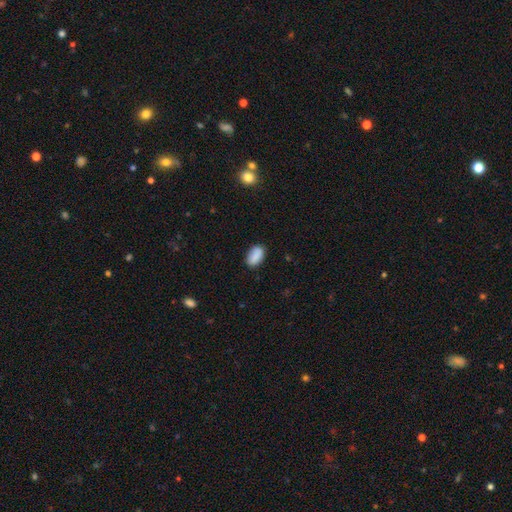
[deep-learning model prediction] This is clearly a smooth galaxy (87%). How rounded: clearly in between (92%). Merging: clearly none (80%).